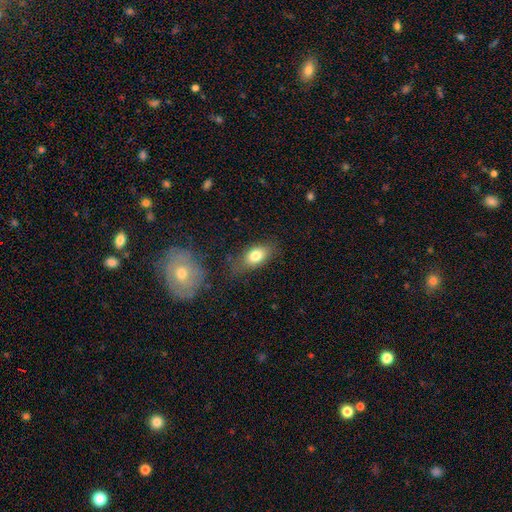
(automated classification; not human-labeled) Smooth or featured? Predicted: smooth (p=0.80). How rounded? Predicted: in between (p=0.85). Merging? Predicted: none (p=0.71).